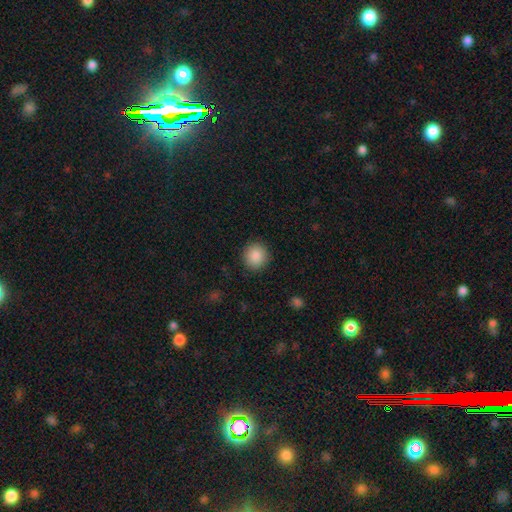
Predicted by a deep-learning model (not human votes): smooth-or-featured: smooth: 88% | star or artifact: 8% | featured or disk: 4%
  how-rounded: round: 92% | in between: 7% | cigar-shaped: 1%
  merging: none: 91% | minor disturbance: 6% | major disturbance: 2% | merger: 1%